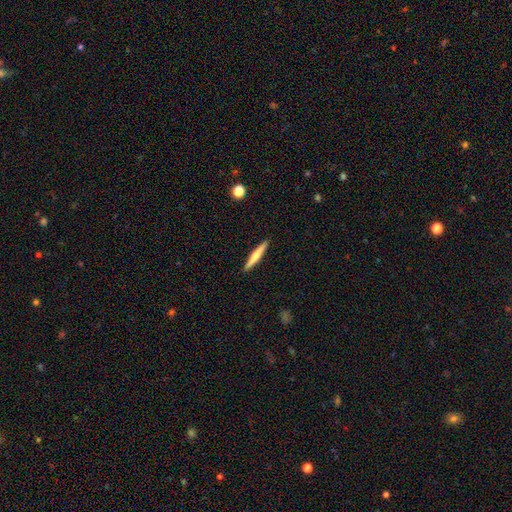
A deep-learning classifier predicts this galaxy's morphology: This is possibly a smooth galaxy (50%). Merging: clearly none (92%).